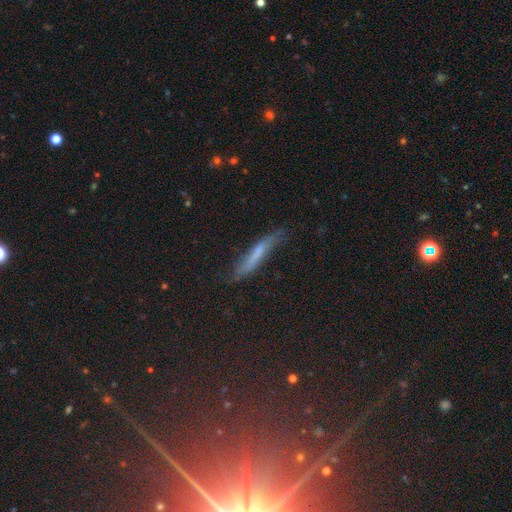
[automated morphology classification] A smooth galaxy with no disk features (45%).

Vote fractions:
- Smooth or featured? smooth: 45% / featured or disk: 37% / star or artifact: 19%
- Merging? none: 65% / minor disturbance: 25% / major disturbance: 7% / merger: 3%